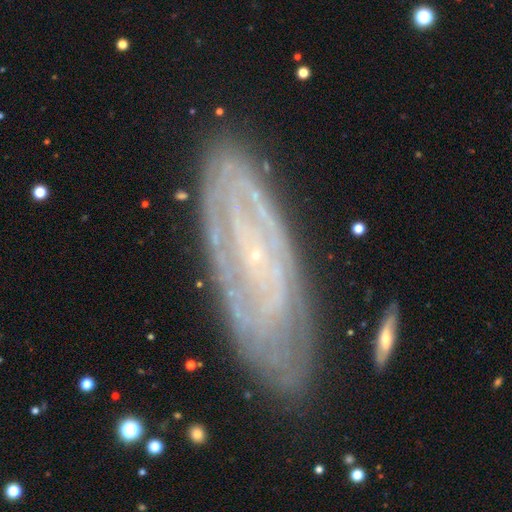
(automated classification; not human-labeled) This is clearly a featured or disk galaxy (82%). It is clearly not viewed edge-on (86%). Bar: possibly no (53%). Spiral arm pattern: clearly yes (88%). Spiral arm count: possibly can't tell (45%). Spiral winding: likely tight (73%). Central bulge: clearly small (88%). Merging: likely none (78%).